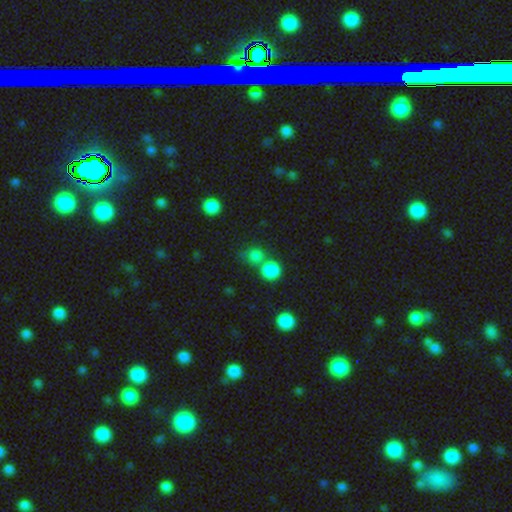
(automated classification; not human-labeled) Overall: smooth (80%). How rounded: round (83%). Merging: none (50%; merger 36%).